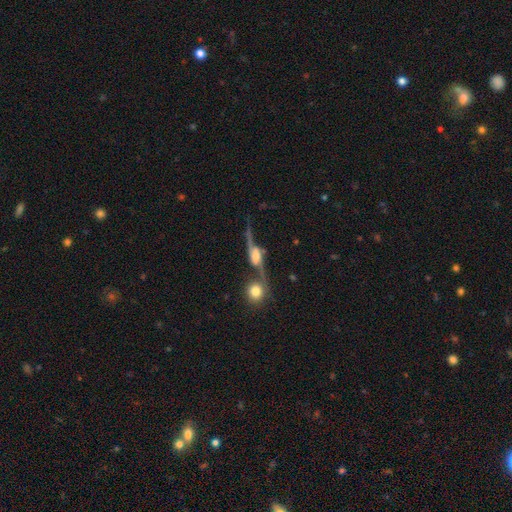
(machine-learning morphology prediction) Smooth or featured? Predicted: featured or disk (p=0.82). Edge-on disk? Predicted: no (p=0.57). Merging? Predicted: none (p=0.50).